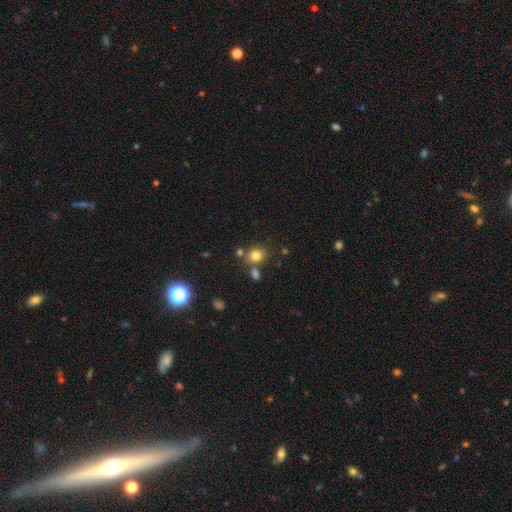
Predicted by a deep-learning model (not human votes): Smooth or featured? Predicted: smooth (p=0.79). How rounded? Predicted: round (p=0.73). Merging? Predicted: none (p=0.69).